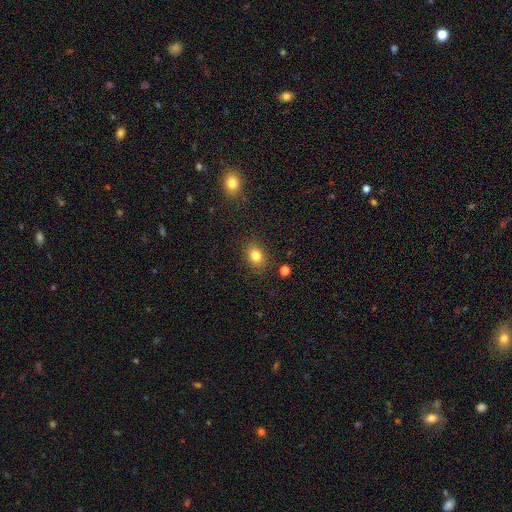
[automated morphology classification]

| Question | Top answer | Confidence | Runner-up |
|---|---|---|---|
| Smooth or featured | smooth | 81% | star or artifact (12%) |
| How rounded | in between | 54% | round (44%) |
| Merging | none | 85% | minor disturbance (10%) |